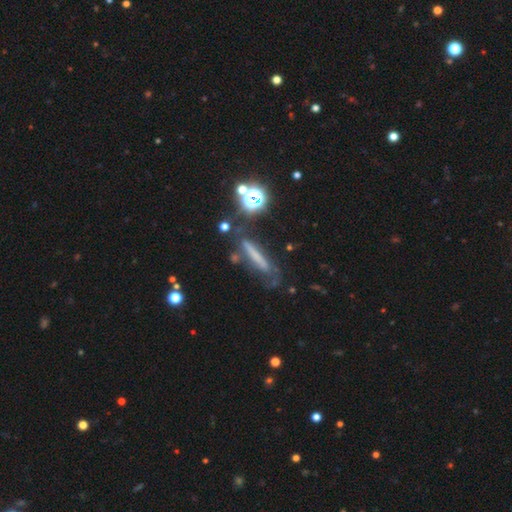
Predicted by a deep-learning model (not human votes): Smooth or featured?
  - smooth: 45% *
  - featured or disk: 37%
  - star or artifact: 18%
Merging?
  - none: 58% *
  - minor disturbance: 23%
  - major disturbance: 12%
  - merger: 6%